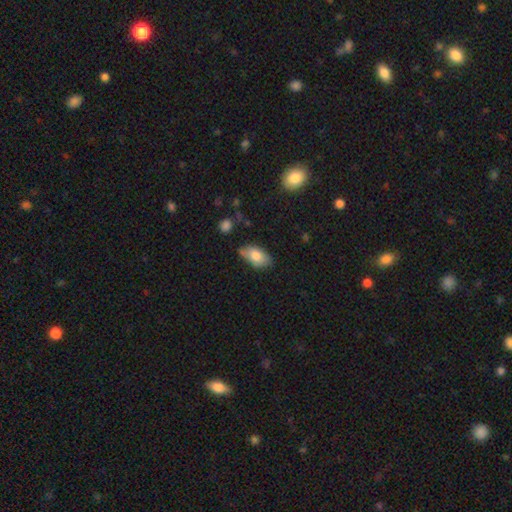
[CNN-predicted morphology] type=smooth (79%); roundness=in between (92%); merging=none (64%).